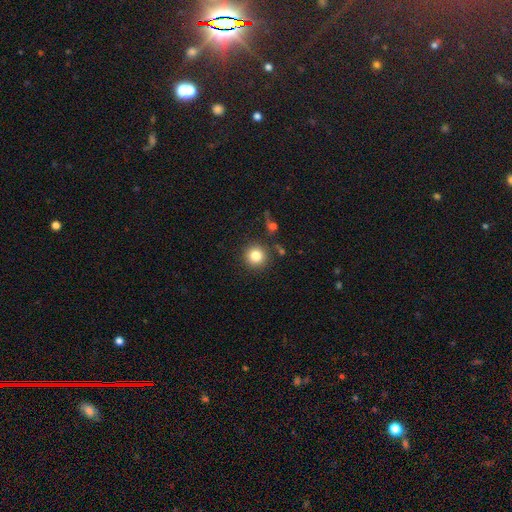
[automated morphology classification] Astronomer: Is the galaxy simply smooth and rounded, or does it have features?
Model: smooth — 82%.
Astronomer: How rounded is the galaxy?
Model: round — 94%.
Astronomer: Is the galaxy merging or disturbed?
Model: none — 87%.